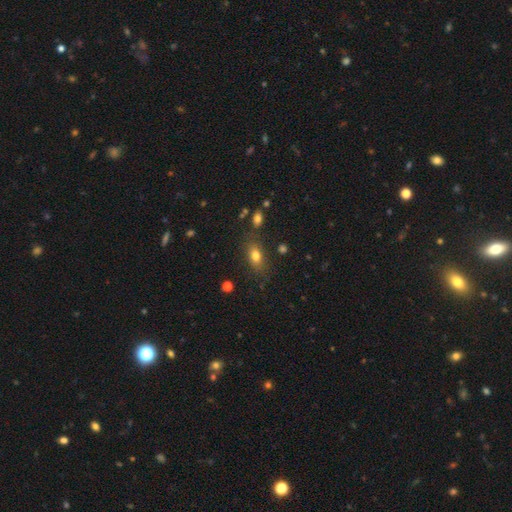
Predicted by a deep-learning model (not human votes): Q: Smooth or featured?
A: smooth (78%); runner-up: star or artifact (11%)
Q: How rounded?
A: in between (81%); runner-up: round (12%)
Q: Merging?
A: none (79%); runner-up: minor disturbance (13%)